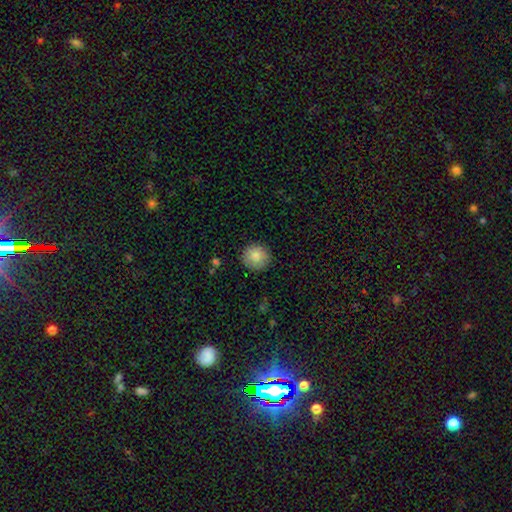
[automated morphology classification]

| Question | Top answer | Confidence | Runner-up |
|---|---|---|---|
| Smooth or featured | smooth | 85% | star or artifact (8%) |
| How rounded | round | 92% | in between (8%) |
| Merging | none | 89% | minor disturbance (8%) |